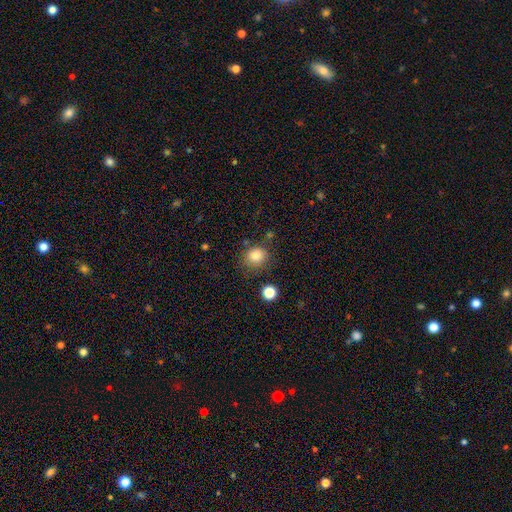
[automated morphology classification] Smooth or featured? smooth (84%)
How rounded? round (77%)
Merging? none (75%)